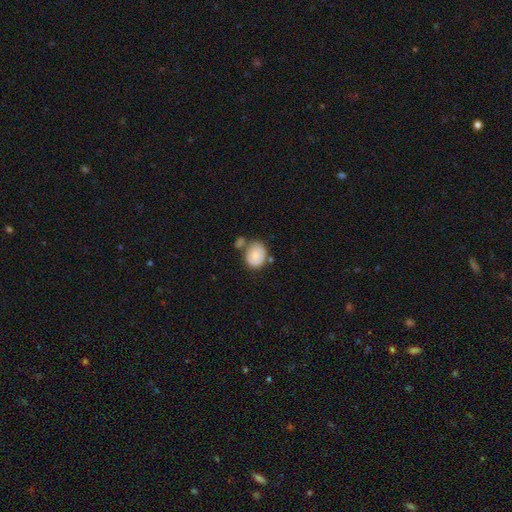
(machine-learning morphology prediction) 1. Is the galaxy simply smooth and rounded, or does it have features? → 76% smooth, 17% featured or disk, 7% star or artifact.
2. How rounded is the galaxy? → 50% round, 49% in between, 1% cigar-shaped.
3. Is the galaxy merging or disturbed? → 54% none, 22% merger, 19% minor disturbance, 6% major disturbance.